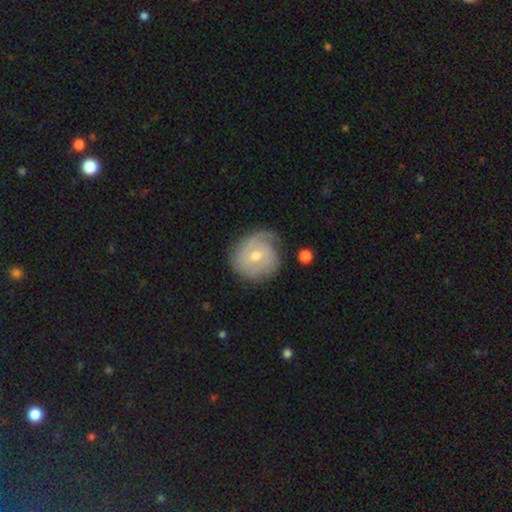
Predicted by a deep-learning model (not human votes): Smooth or featured: featured or disk — 67% (smooth — 26%)
Edge-on disk: no — 97% (yes — 3%)
Bar: no — 56% (weak — 38%)
Spiral arms: yes — 89% (no — 11%)
Spiral winding: tight — 59% (medium — 28%)
Spiral arm count: can't tell — 30% (2 — 29%)
Bulge size: moderate — 58% (small — 38%)
Merging: none — 66% (minor disturbance — 23%)